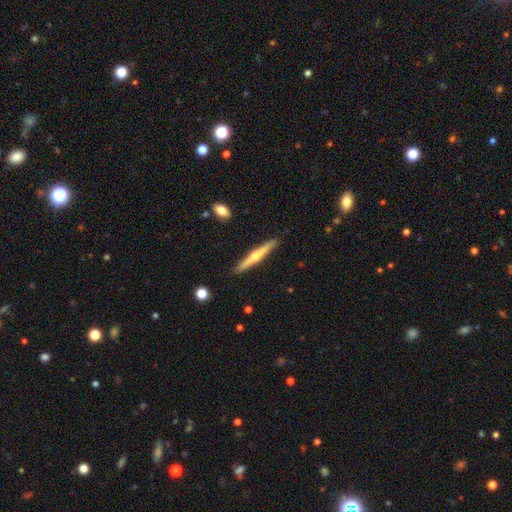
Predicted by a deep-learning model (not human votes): The model was most divided on "smooth or featured": featured or disk: 66%, smooth: 29%, star or artifact: 5%. More confident: edge-on disk — yes (98%); merging — none (90%); edge-on bulge — rounded (87%).